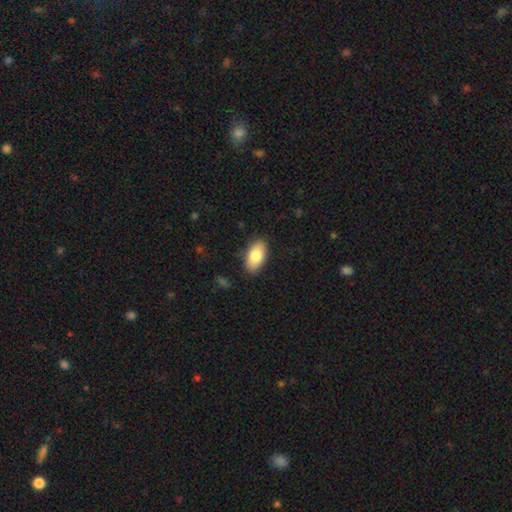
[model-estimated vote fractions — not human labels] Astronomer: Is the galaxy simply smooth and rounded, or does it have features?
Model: smooth — 81%.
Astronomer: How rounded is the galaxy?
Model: in between — 93%.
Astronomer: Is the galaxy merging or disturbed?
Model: none — 87%.